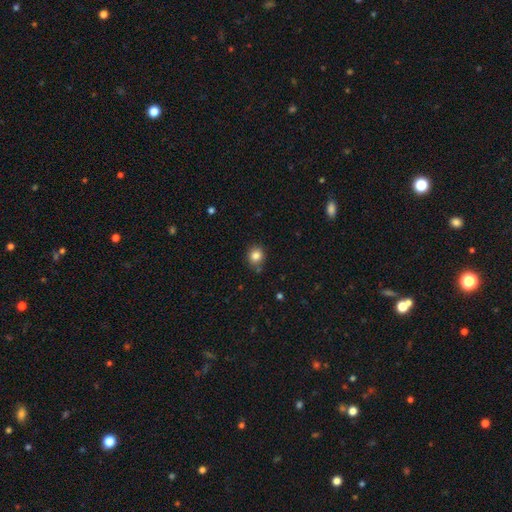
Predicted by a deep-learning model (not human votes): Smooth or featured?
  - smooth: 83% *
  - star or artifact: 11%
  - featured or disk: 6%
How rounded?
  - round: 79% *
  - in between: 20%
  - cigar-shaped: 1%
Merging?
  - none: 81% *
  - minor disturbance: 12%
  - merger: 4%
  - major disturbance: 3%